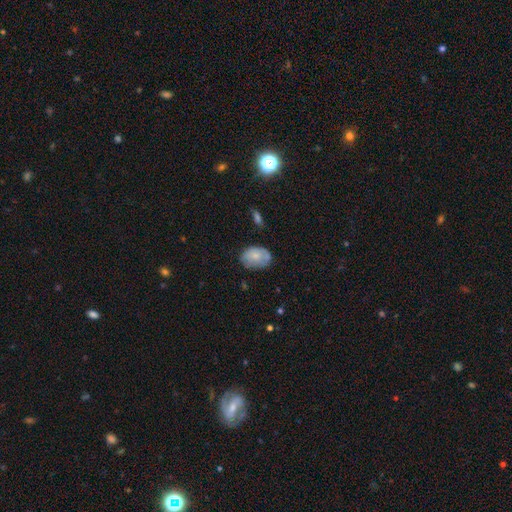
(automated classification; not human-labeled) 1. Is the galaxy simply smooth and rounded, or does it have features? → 70% smooth, 23% featured or disk, 7% star or artifact.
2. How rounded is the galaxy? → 82% in between, 17% round, 1% cigar-shaped.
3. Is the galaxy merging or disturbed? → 61% none, 28% minor disturbance, 7% major disturbance, 4% merger.